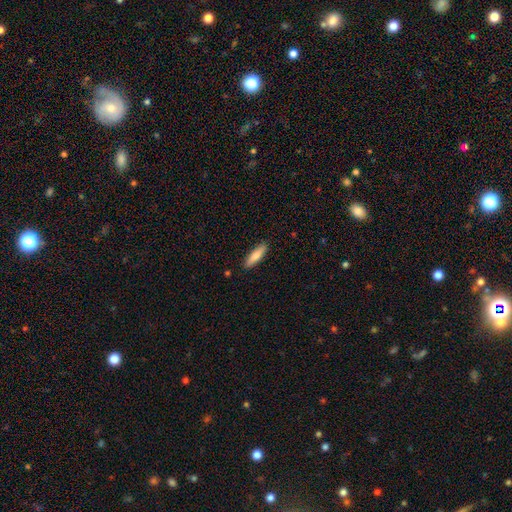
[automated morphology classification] The model was most divided on "how rounded": cigar-shaped: 68%, in between: 30%, round: 2%. More confident: merging — none (89%); smooth or featured — smooth (72%).